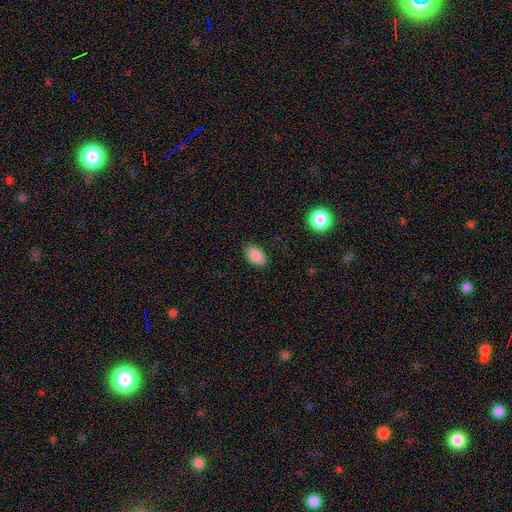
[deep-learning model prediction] smooth_or_featured: smooth (p=0.88) [alt: star or artifact p=0.08]
how_rounded: in between (p=0.92) [alt: round p=0.06]
merging: none (p=0.86) [alt: minor disturbance p=0.11]